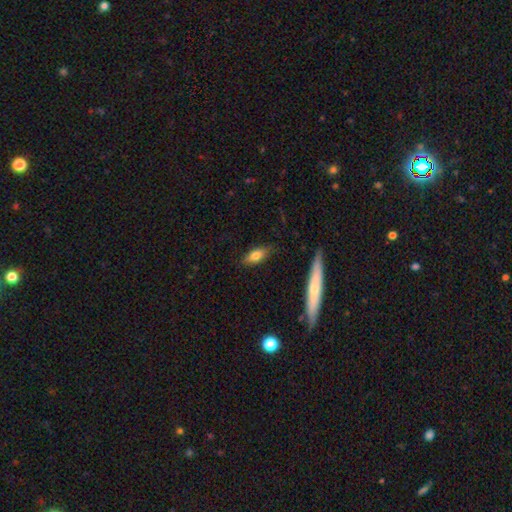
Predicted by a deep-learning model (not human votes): smooth-or-featured: smooth: 75% | featured or disk: 18% | star or artifact: 7%
  how-rounded: in between: 72% | cigar-shaped: 24% | round: 3%
  merging: none: 83% | minor disturbance: 13% | major disturbance: 3% | merger: 2%